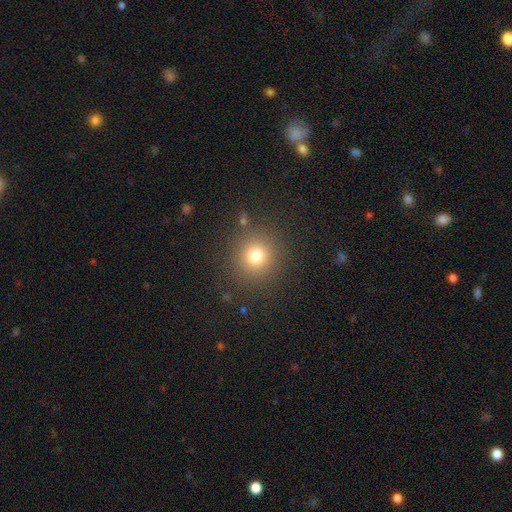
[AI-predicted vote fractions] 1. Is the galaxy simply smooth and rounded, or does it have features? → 76% smooth, 16% star or artifact, 8% featured or disk.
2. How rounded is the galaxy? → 93% round, 7% in between, 1% cigar-shaped.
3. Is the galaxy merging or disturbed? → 86% none, 7% minor disturbance, 4% major disturbance, 2% merger.